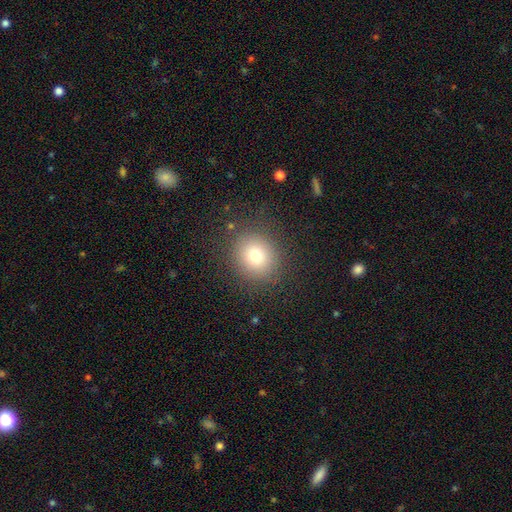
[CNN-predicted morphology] A smooth galaxy with no disk features (75%) that is round (84%).

Vote fractions:
- Smooth or featured? smooth: 75% / star or artifact: 15% / featured or disk: 11%
- How rounded? round: 84% / in between: 15% / cigar-shaped: 1%
- Merging? none: 87% / minor disturbance: 8% / major disturbance: 4% / merger: 1%